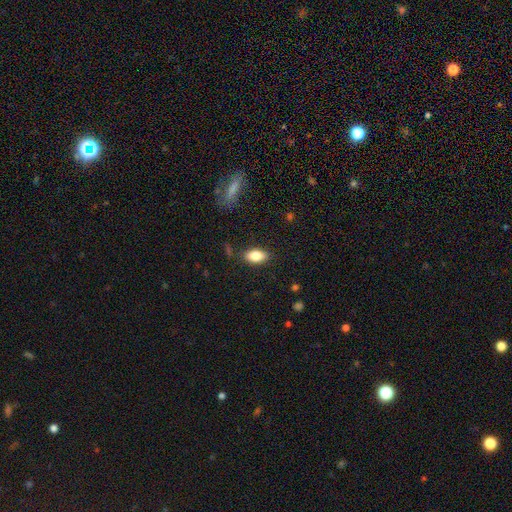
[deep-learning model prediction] A smooth galaxy with no disk features (83%) that is in between round and cigar-shaped (90%). Merging: none (84%).